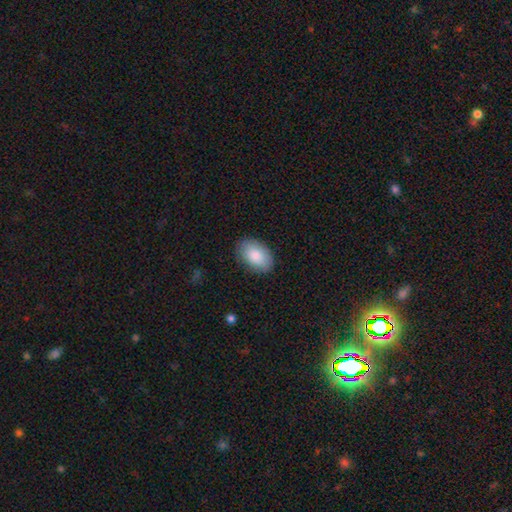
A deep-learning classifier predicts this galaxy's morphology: smooth_or_featured: smooth (p=0.85) [alt: featured or disk p=0.09]
how_rounded: in between (p=0.92) [alt: round p=0.07]
merging: none (p=0.85) [alt: minor disturbance p=0.11]